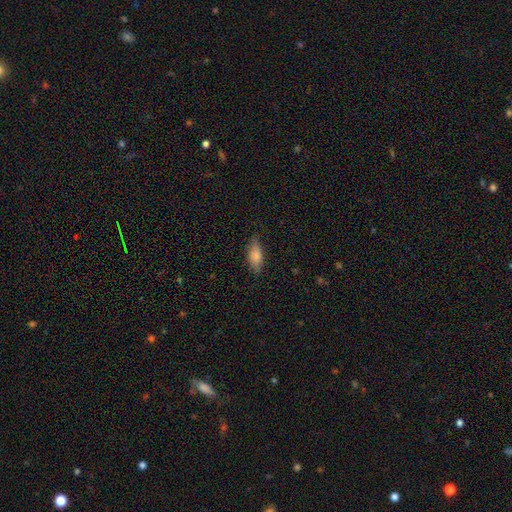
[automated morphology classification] smooth 77%, featured or disk 16%, star or artifact 7%. Down the decision tree: how rounded — in between (76%); merging — none (75%).